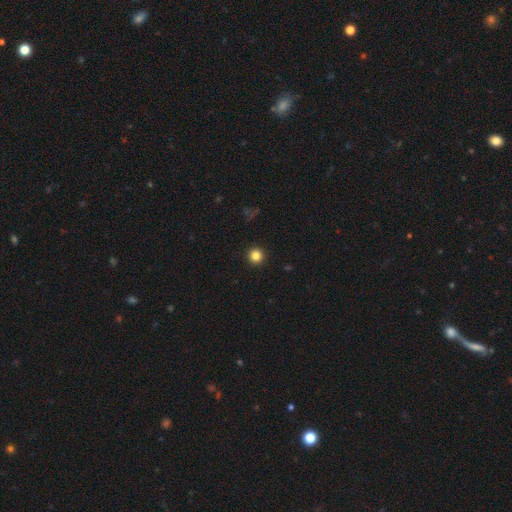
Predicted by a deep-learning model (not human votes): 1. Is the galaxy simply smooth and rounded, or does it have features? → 85% smooth, 12% star or artifact, 4% featured or disk.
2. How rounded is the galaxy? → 96% round, 3% in between, 1% cigar-shaped.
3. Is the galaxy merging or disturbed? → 93% none, 4% minor disturbance, 2% major disturbance, 1% merger.